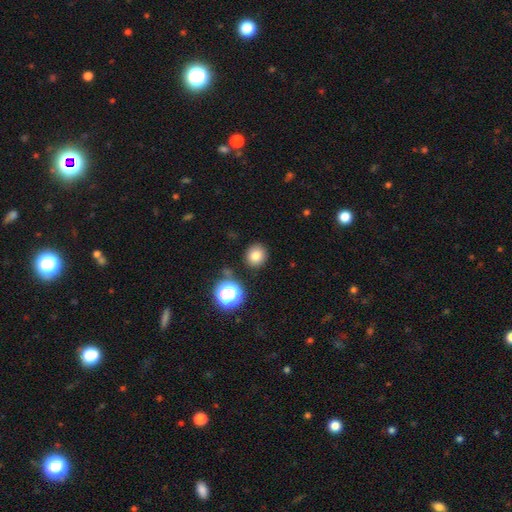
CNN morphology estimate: smooth_or_featured: smooth (p=0.80) [alt: star or artifact p=0.13]
how_rounded: round (p=0.85) [alt: in between p=0.14]
merging: none (p=0.87) [alt: minor disturbance p=0.08]